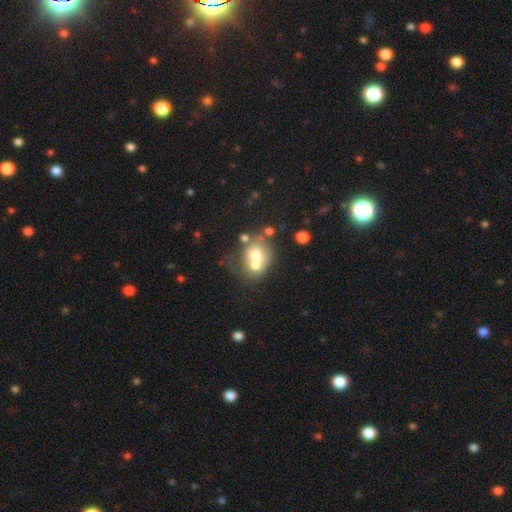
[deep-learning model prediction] This appears to be a smooth galaxy with no disk features (60%) that is round (61%). Merging: merger (56%).